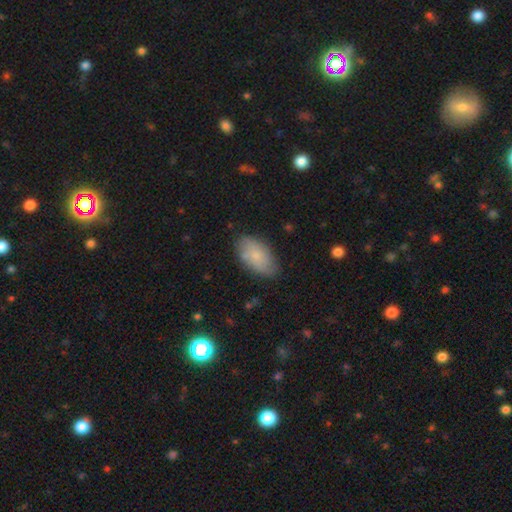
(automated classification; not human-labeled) smooth_or_featured: smooth (p=0.70) [alt: featured or disk p=0.24]
how_rounded: in between (p=0.94) [alt: round p=0.04]
merging: none (p=0.75) [alt: minor disturbance p=0.18]